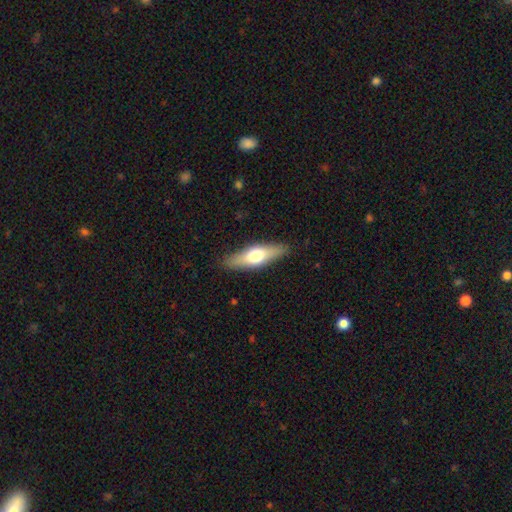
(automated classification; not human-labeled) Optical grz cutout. It shows a smooth galaxy with no disk features (55%) that is cigar-shaped (55%). Merging: none (87%).